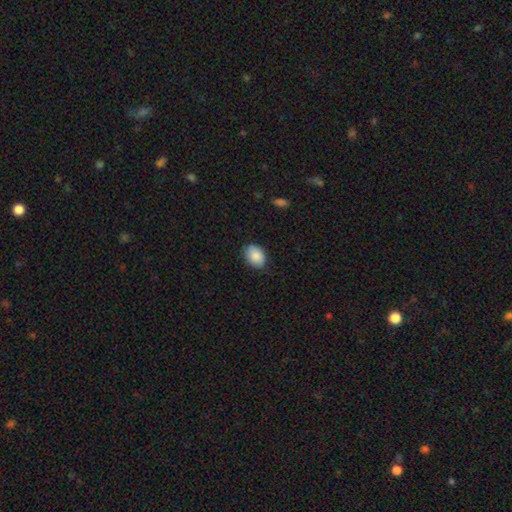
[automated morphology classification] smooth 87%, star or artifact 7%, featured or disk 6%. Down the decision tree: how rounded — in between (74%); merging — none (80%).